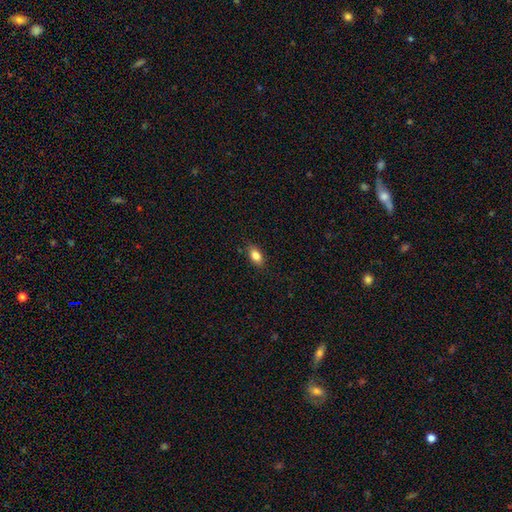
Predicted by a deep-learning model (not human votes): Q: Smooth or featured?
A: smooth (84%); runner-up: star or artifact (8%)
Q: How rounded?
A: in between (87%); runner-up: round (7%)
Q: Merging?
A: none (83%); runner-up: minor disturbance (13%)